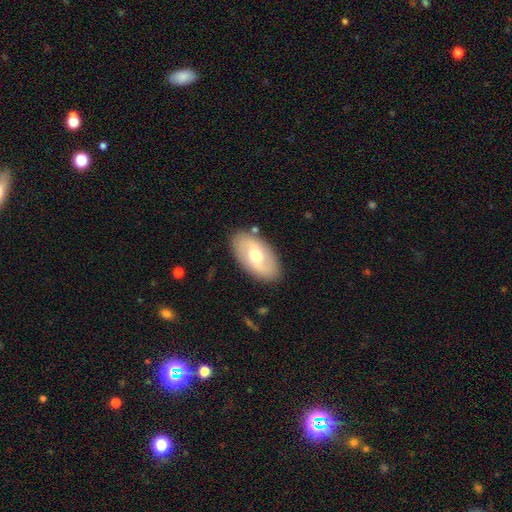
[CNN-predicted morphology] smooth 49%, featured or disk 45%, star or artifact 6%. Down the decision tree: merging — none (85%).